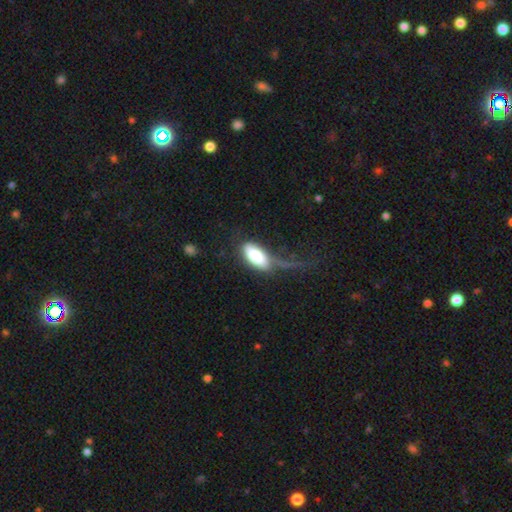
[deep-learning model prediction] A smooth galaxy with no disk features (78%) that is in between round and cigar-shaped (91%). Merging: none (35%).